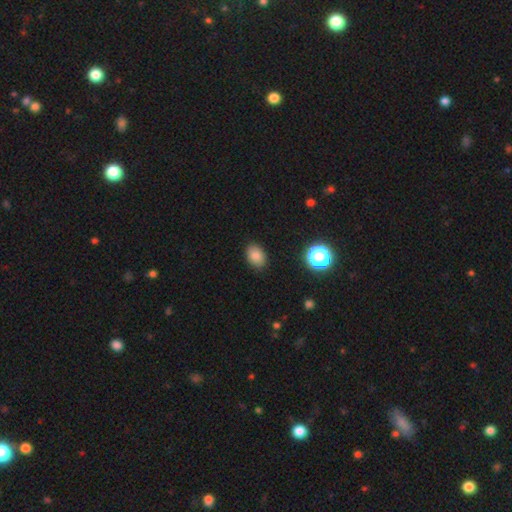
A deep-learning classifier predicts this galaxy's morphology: This is clearly a smooth galaxy (82%). How rounded: likely in between (72%). Merging: clearly none (87%).